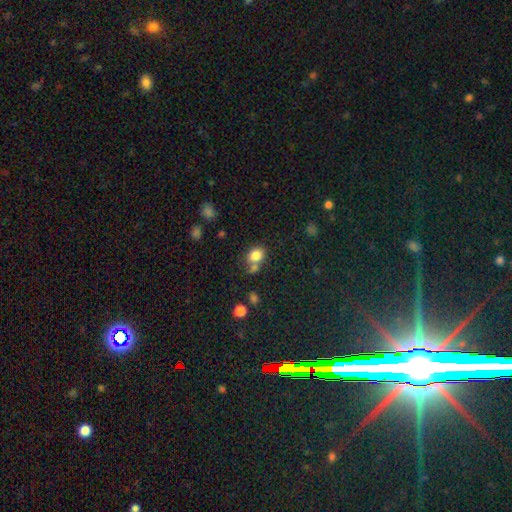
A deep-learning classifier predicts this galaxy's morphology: smooth-or-featured: smooth: 82% | star or artifact: 11% | featured or disk: 7%
  how-rounded: round: 53% | in between: 46% | cigar-shaped: 1%
  merging: none: 54% | merger: 28% | minor disturbance: 13% | major disturbance: 5%